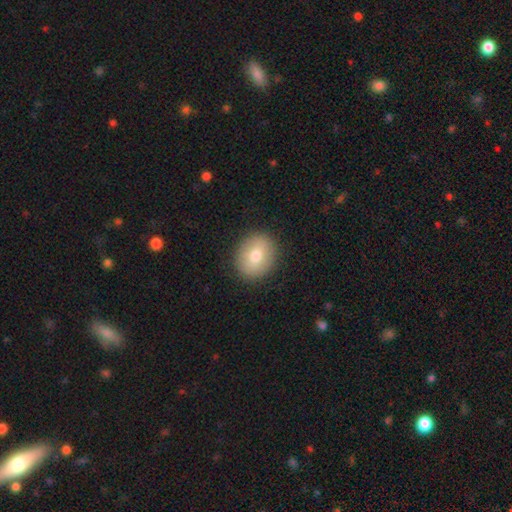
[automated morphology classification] Smooth or featured: smooth — 76% (featured or disk — 16%)
How rounded: round — 60% (in between — 39%)
Merging: none — 89% (minor disturbance — 7%)